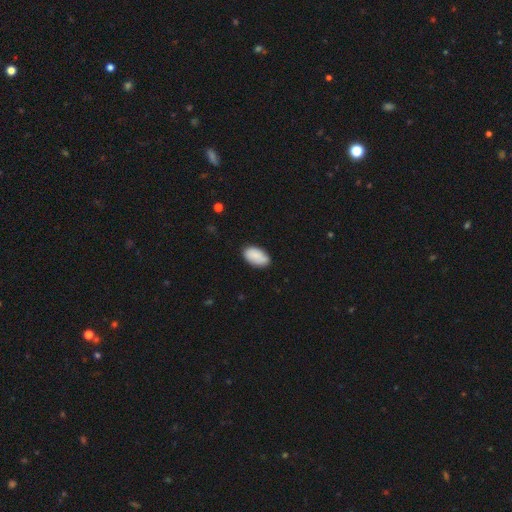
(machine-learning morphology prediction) Smooth or featured? smooth (86%)
How rounded? in between (94%)
Merging? none (77%)